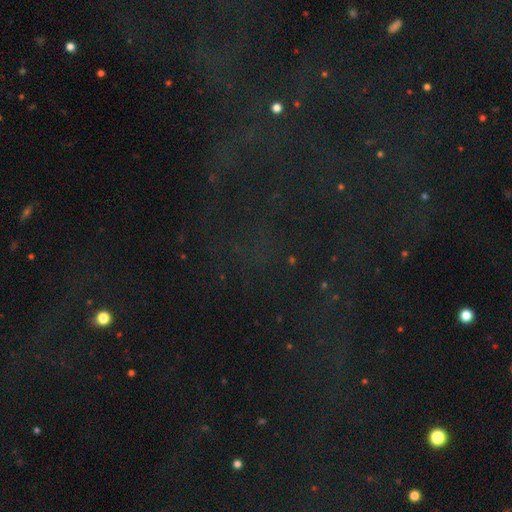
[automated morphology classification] Q: Smooth or featured?
A: star or artifact (76%); runner-up: smooth (13%)